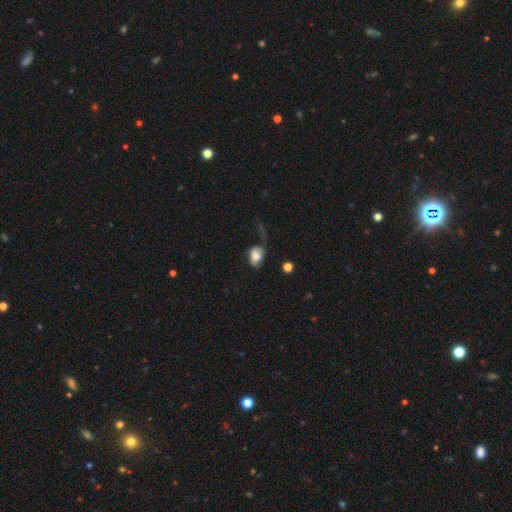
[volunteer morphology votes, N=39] smooth_or_featured: smooth (p=0.69) [alt: featured or disk p=0.23]
how_rounded: in between (p=0.74) [alt: round p=0.22]
merging: major disturbance (p=0.56) [alt: minor disturbance p=0.22]